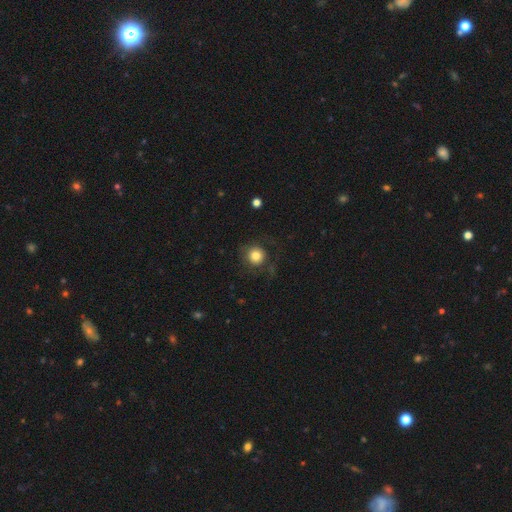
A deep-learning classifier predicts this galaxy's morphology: Smooth or featured: smooth — 79% (featured or disk — 11%)
How rounded: round — 93% (in between — 6%)
Merging: none — 76% (minor disturbance — 13%)